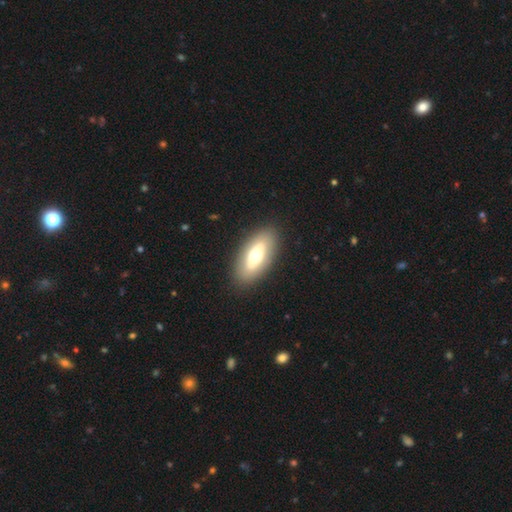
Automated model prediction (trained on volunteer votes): smooth-or-featured: smooth: 56% | featured or disk: 38% | star or artifact: 6%
  how-rounded: in between: 87% | cigar-shaped: 9% | round: 4%
  merging: none: 87% | minor disturbance: 9% | major disturbance: 3% | merger: 1%